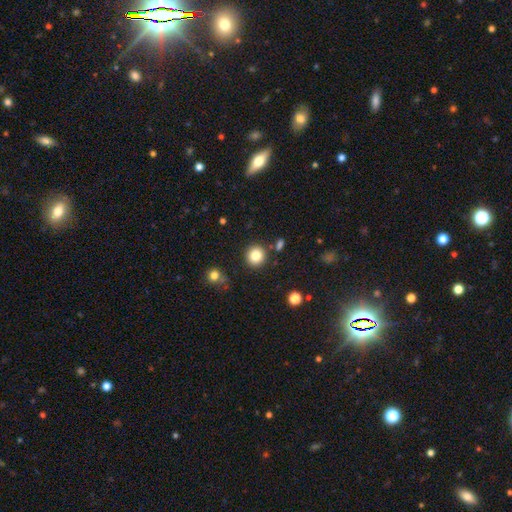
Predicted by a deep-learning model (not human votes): Smooth or featured?
  - smooth: 83% *
  - star or artifact: 10%
  - featured or disk: 7%
How rounded?
  - round: 92% *
  - in between: 7%
  - cigar-shaped: 1%
Merging?
  - none: 87% *
  - minor disturbance: 7%
  - merger: 4%
  - major disturbance: 2%